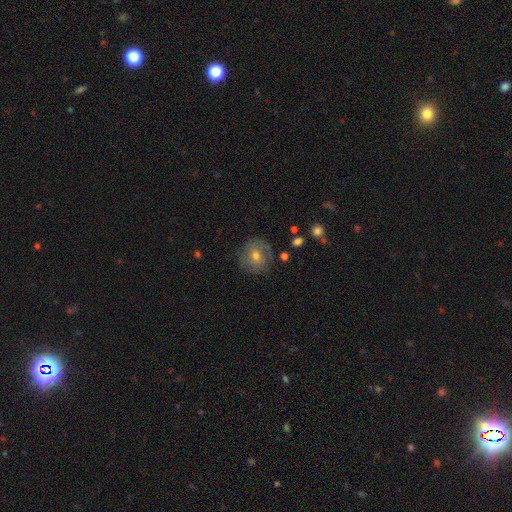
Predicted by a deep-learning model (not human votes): Morphology: type=smooth (48%); merging=none (77%).